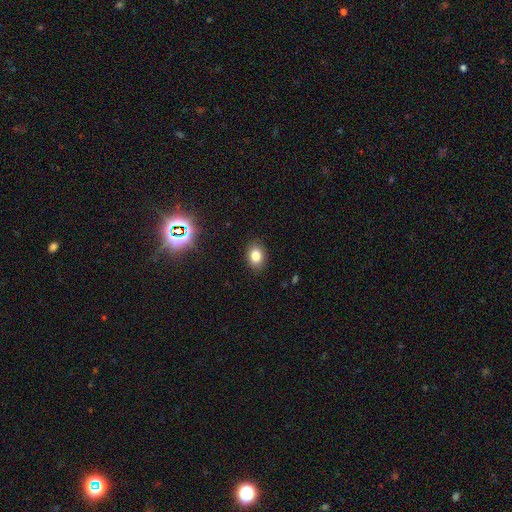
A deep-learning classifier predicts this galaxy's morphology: smooth_or_featured: smooth (p=0.81) [alt: star or artifact p=0.12]
how_rounded: in between (p=0.70) [alt: round p=0.29]
merging: none (p=0.88) [alt: minor disturbance p=0.09]